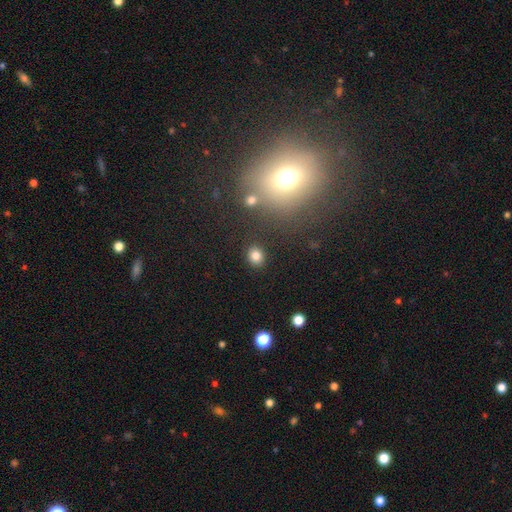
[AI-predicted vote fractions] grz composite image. It shows a smooth galaxy with no disk features (82%) that is round (71%). Merging: none (88%).